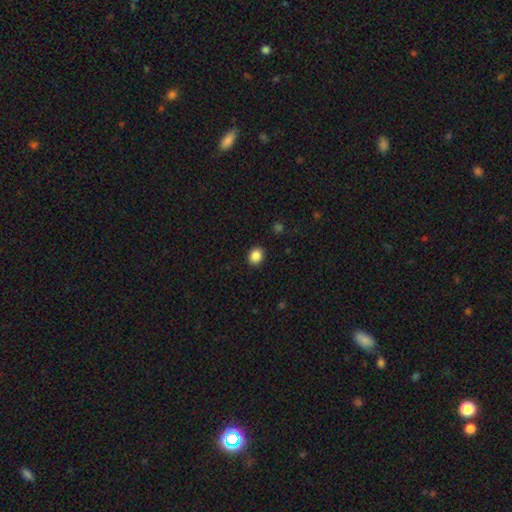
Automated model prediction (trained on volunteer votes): The model was most divided on "how rounded": round: 65%, in between: 34%, cigar-shaped: 1%. More confident: merging — none (91%); smooth or featured — smooth (87%).